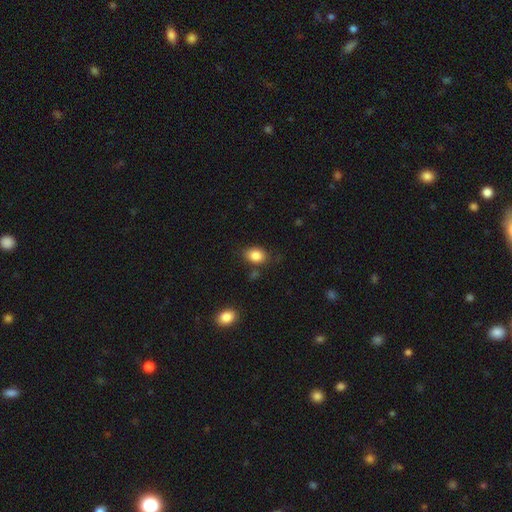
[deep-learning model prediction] Morphology: type=smooth (85%); roundness=in between (70%); merging=none (77%).